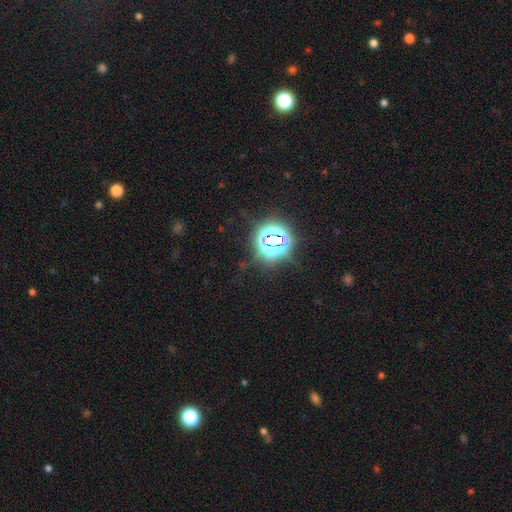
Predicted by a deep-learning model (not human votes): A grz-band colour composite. It shows a star or artifact, not a galaxy (82%).